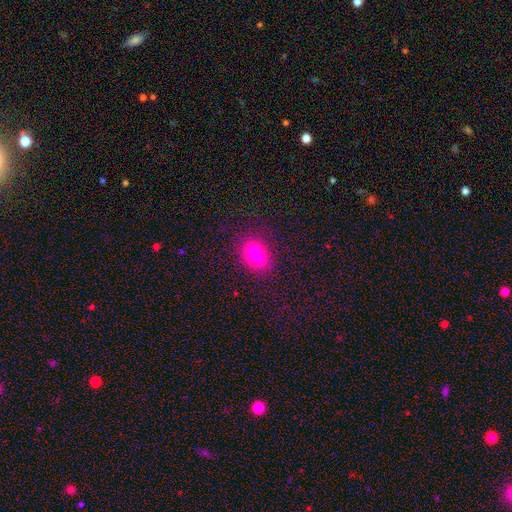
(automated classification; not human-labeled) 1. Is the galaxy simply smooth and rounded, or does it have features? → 74% smooth, 14% featured or disk, 12% star or artifact.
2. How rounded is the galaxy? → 74% in between, 23% round, 3% cigar-shaped.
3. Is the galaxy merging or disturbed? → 58% none, 23% merger, 14% minor disturbance, 5% major disturbance.